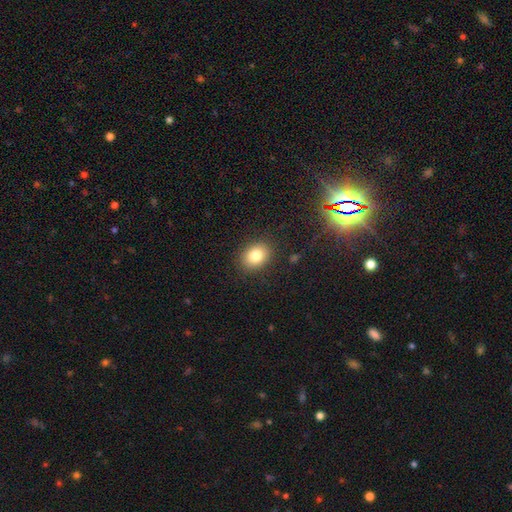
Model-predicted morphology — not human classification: smooth_or_featured: smooth (p=0.81) [alt: star or artifact p=0.10]
how_rounded: in between (p=0.55) [alt: round p=0.44]
merging: none (p=0.87) [alt: minor disturbance p=0.09]